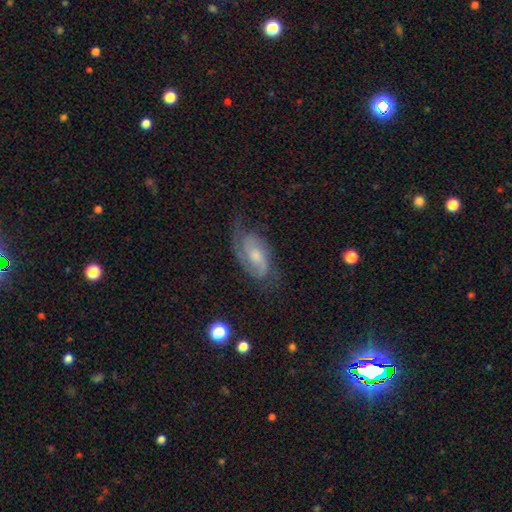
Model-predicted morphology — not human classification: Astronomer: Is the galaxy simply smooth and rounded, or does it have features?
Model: featured or disk — 77%.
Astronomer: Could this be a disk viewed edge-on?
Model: no — 95%.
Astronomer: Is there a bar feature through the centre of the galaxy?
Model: no — 54% (runner-up: weak, 38%).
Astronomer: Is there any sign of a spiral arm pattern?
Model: yes — 94%.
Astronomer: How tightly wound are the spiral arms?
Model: medium — 45% (runner-up: tight, 38%).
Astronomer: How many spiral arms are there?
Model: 2 — 68%.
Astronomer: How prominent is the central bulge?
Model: moderate — 45% (runner-up: small, 40%).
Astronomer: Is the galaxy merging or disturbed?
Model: none — 61%.